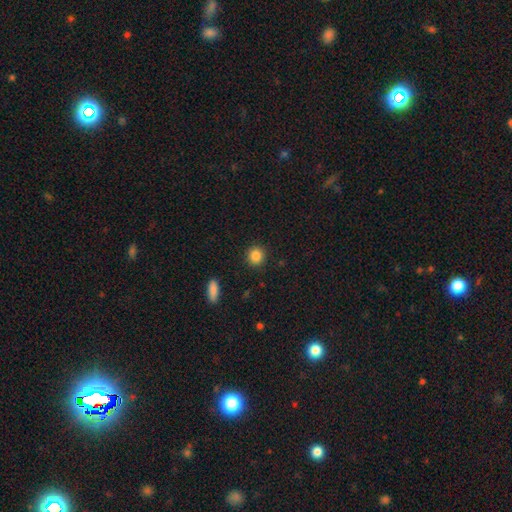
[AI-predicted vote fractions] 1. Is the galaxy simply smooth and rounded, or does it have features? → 86% smooth, 10% star or artifact, 4% featured or disk.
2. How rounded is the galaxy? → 90% round, 9% in between, 1% cigar-shaped.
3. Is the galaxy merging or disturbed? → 91% none, 5% minor disturbance, 2% major disturbance, 1% merger.